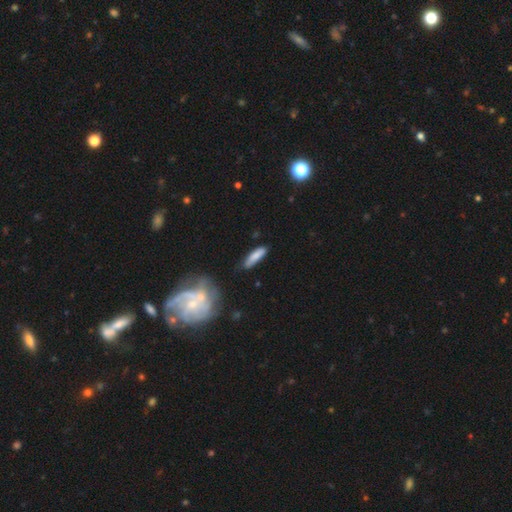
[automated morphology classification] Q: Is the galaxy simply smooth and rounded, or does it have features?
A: smooth — 80%.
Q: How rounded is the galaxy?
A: cigar-shaped — 66%.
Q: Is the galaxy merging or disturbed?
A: none — 71%.